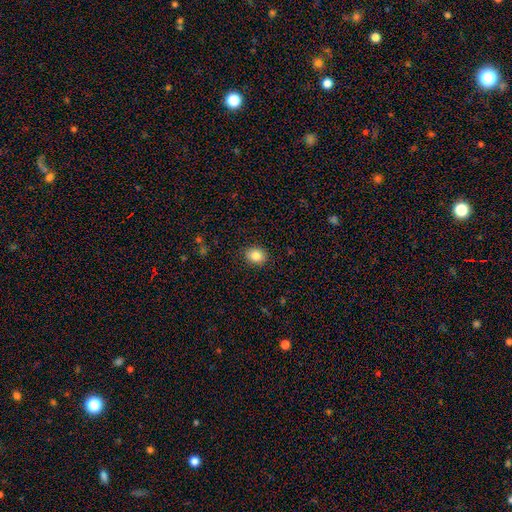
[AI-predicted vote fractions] This appears to be a smooth galaxy with no disk features (84%) that is round (56%). Merging: none (89%).